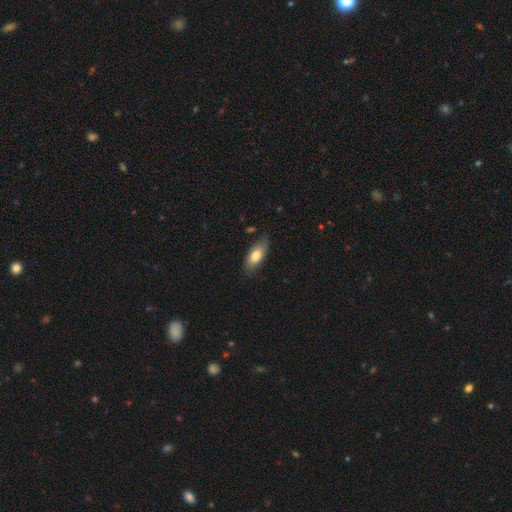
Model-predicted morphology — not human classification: Smooth or featured? Predicted: smooth (p=0.77). How rounded? Predicted: in between (p=0.82). Merging? Predicted: none (p=0.77).